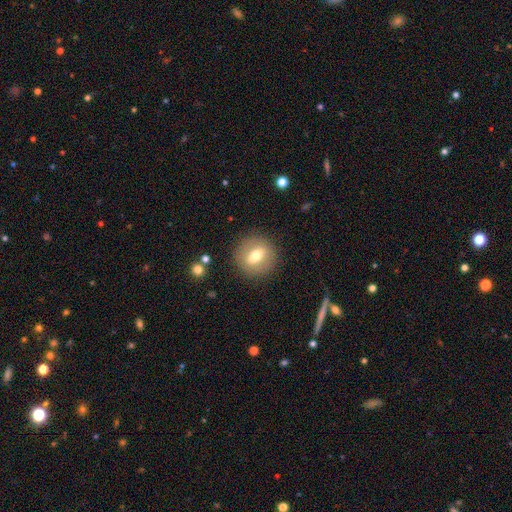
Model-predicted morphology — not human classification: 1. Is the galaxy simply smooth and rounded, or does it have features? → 57% smooth, 34% featured or disk, 8% star or artifact.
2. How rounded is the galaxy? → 79% round, 19% in between, 2% cigar-shaped.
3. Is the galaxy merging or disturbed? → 87% none, 8% minor disturbance, 3% major disturbance, 1% merger.